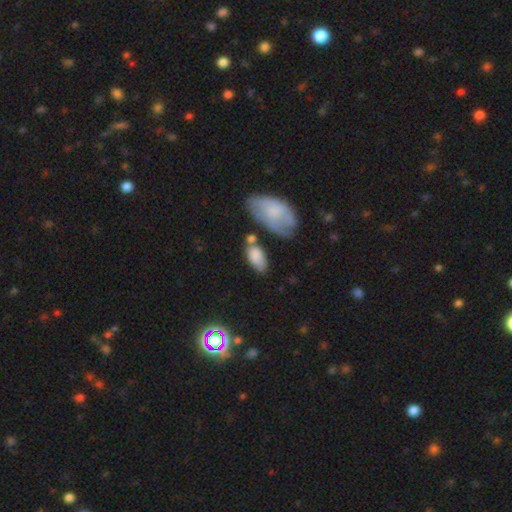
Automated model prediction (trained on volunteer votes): Smooth or featured?
  - smooth: 78% *
  - featured or disk: 15%
  - star or artifact: 7%
How rounded?
  - in between: 92% *
  - round: 4%
  - cigar-shaped: 4%
Merging?
  - none: 52% *
  - minor disturbance: 23%
  - merger: 17%
  - major disturbance: 9%